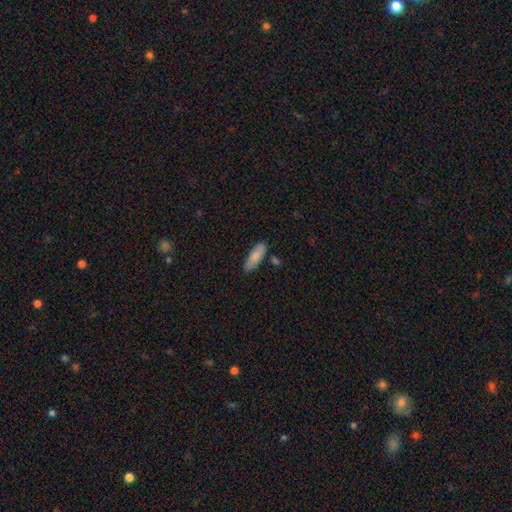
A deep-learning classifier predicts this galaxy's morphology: Smooth or featured? smooth (84%)
How rounded? in between (55%)
Merging? none (79%)